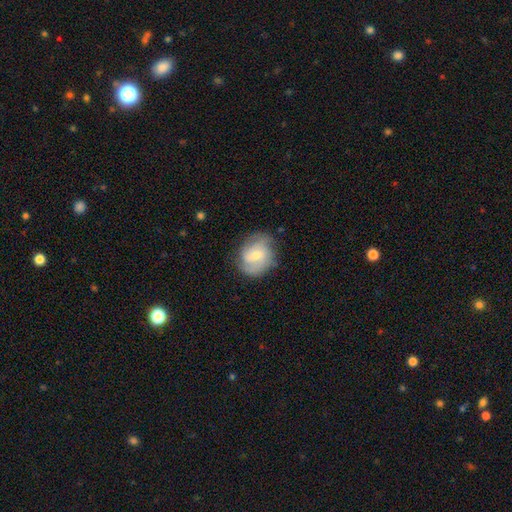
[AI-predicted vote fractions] Smooth or featured: featured or disk — 65% (smooth — 29%)
Edge-on disk: no — 97% (yes — 3%)
Bar: weak — 51% (no — 38%)
Spiral arms: yes — 90% (no — 10%)
Spiral winding: medium — 43% (tight — 42%)
Spiral arm count: 2 — 55% (can't tell — 21%)
Bulge size: moderate — 52% (small — 42%)
Merging: none — 72% (minor disturbance — 20%)